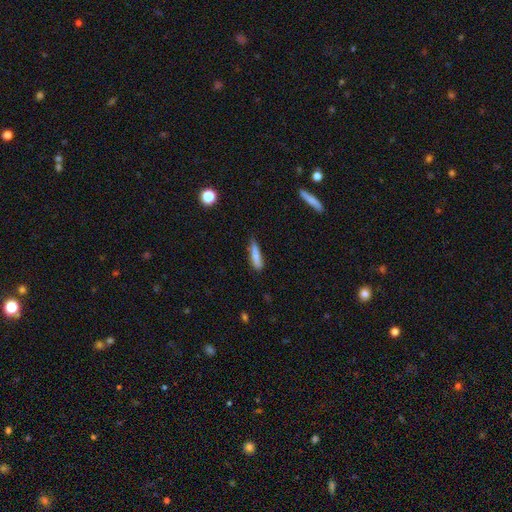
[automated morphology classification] A smooth galaxy with no disk features (81%) that is cigar-shaped (80%). Merging: none (71%).